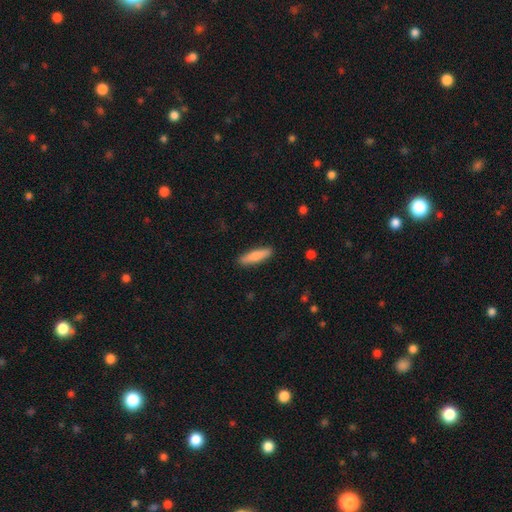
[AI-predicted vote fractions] This is clearly a smooth galaxy (82%). How rounded: likely cigar-shaped (76%). Merging: clearly none (89%).